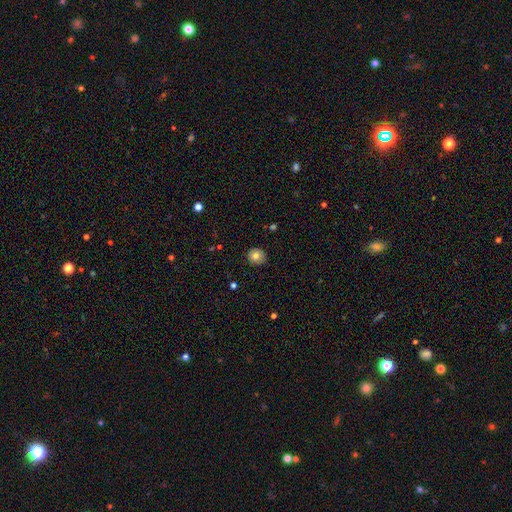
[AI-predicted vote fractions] Morphology: type=smooth (80%); roundness=round (88%); merging=none (88%).